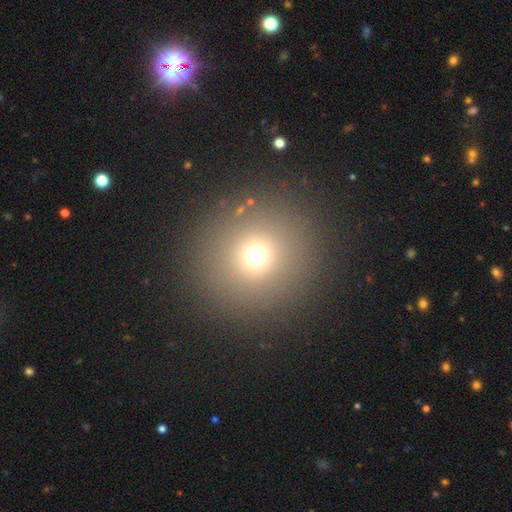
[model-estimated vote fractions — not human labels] A smooth galaxy with no disk features (69%) that is round (94%).

Vote fractions:
- Smooth or featured? smooth: 69% / star or artifact: 21% / featured or disk: 10%
- How rounded? round: 94% / in between: 5% / cigar-shaped: 1%
- Merging? none: 89% / minor disturbance: 6% / major disturbance: 4% / merger: 2%